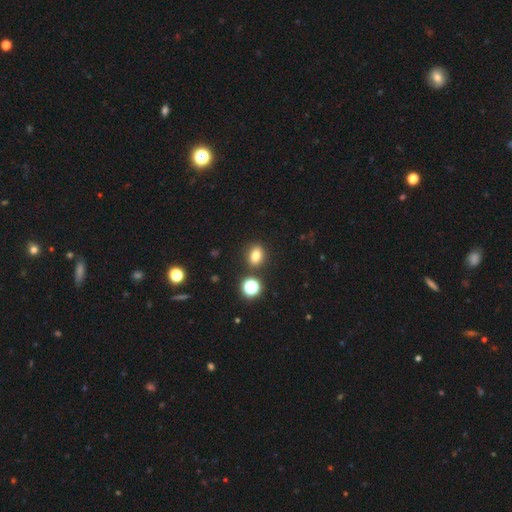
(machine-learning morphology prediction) smooth 78%, star or artifact 15%, featured or disk 7%. Down the decision tree: how rounded — in between (60%); merging — none (83%).